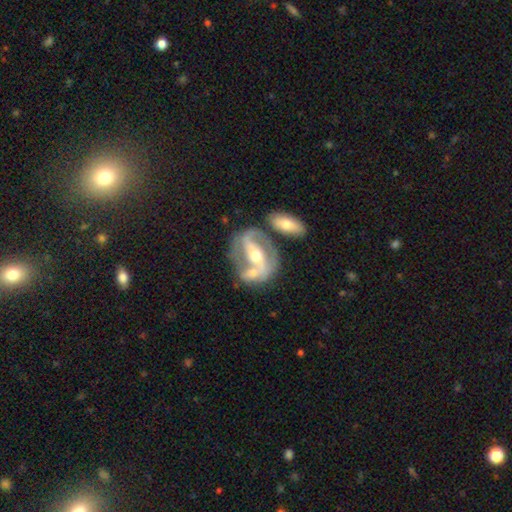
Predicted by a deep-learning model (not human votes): Smooth or featured?
  - featured or disk: 83% *
  - smooth: 11%
  - star or artifact: 5%
Edge-on disk?
  - no: 94% *
  - yes: 6%
Bar?
  - strong: 54% *
  - weak: 26%
  - no: 20%
Spiral arms?
  - yes: 84% *
  - no: 16%
Spiral winding?
  - medium: 49% *
  - tight: 26%
  - loose: 25%
Spiral arm count?
  - 2: 86% *
  - can't tell: 7%
  - 1: 3%
  - 3: 2%
  - 4: 1%
  - more than 4: 1%
Bulge size?
  - moderate: 71% *
  - small: 22%
  - large: 5%
  - none: 1%
  - dominant: 1%
Merging?
  - none: 52% *
  - merger: 26%
  - minor disturbance: 15%
  - major disturbance: 7%